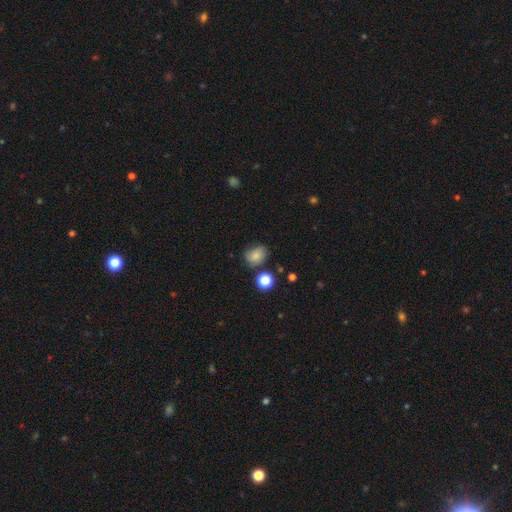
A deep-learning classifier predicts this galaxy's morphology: The model was most divided on "how rounded": in between: 55%, round: 44%, cigar-shaped: 1%. More confident: smooth or featured — smooth (75%); merging — none (70%).